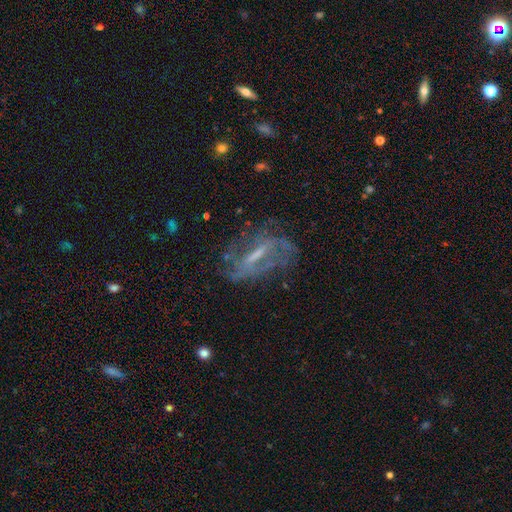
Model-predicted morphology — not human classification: Smooth or featured?
  - featured or disk: 71% *
  - smooth: 18%
  - star or artifact: 11%
Edge-on disk?
  - no: 83% *
  - yes: 17%
Bar?
  - strong: 47% *
  - weak: 35%
  - no: 18%
Spiral arms?
  - yes: 64% *
  - no: 36%
Bulge size?
  - small: 35% *
  - moderate: 31%
  - none: 27%
  - large: 4%
  - dominant: 1%
Merging?
  - none: 56% *
  - minor disturbance: 21%
  - major disturbance: 21%
  - merger: 3%